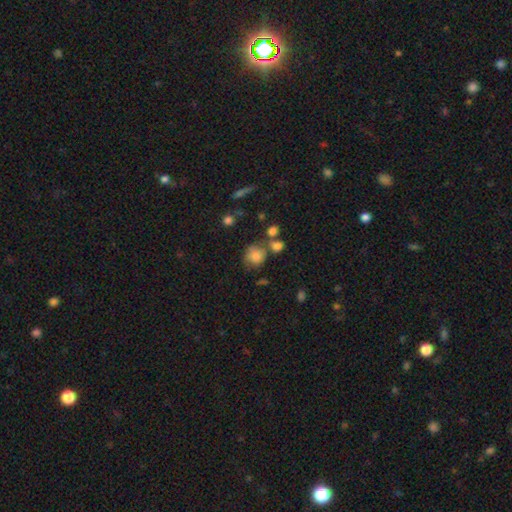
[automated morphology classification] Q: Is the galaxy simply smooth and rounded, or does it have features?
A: smooth — 76%.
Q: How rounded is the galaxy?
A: round — 77%.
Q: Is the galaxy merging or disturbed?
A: none — 52%.